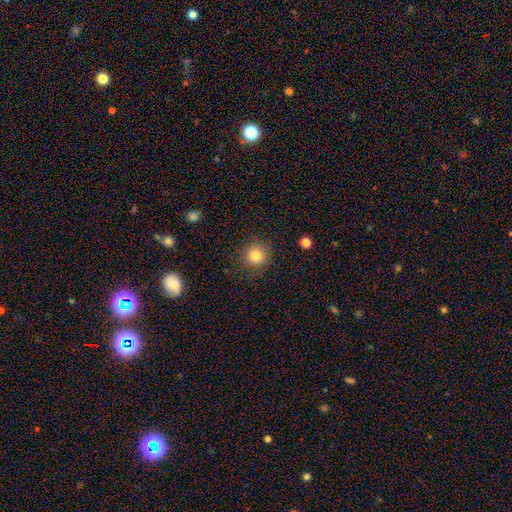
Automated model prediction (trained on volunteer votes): Morphology: type=smooth (82%); roundness=round (93%); merging=none (86%).